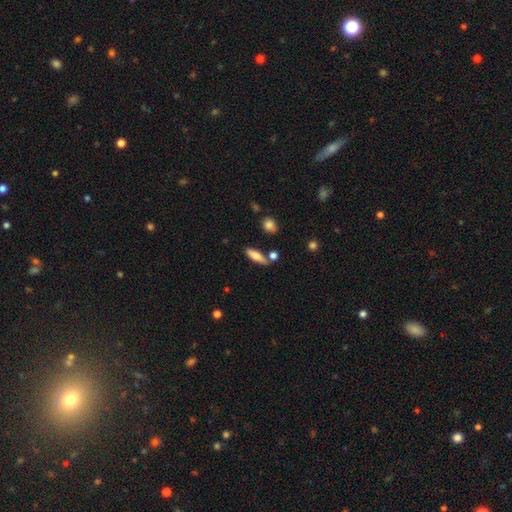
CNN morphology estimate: Q: Smooth or featured?
A: smooth (75%); runner-up: featured or disk (18%)
Q: How rounded?
A: in between (49%); runner-up: cigar-shaped (48%)
Q: Merging?
A: none (72%); runner-up: minor disturbance (14%)